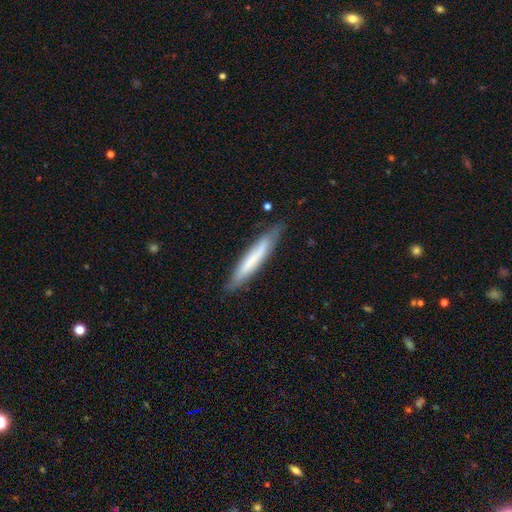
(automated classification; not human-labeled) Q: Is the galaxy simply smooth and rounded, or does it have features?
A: smooth — 62%.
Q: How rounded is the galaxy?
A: cigar-shaped — 94%.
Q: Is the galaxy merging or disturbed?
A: none — 83%.